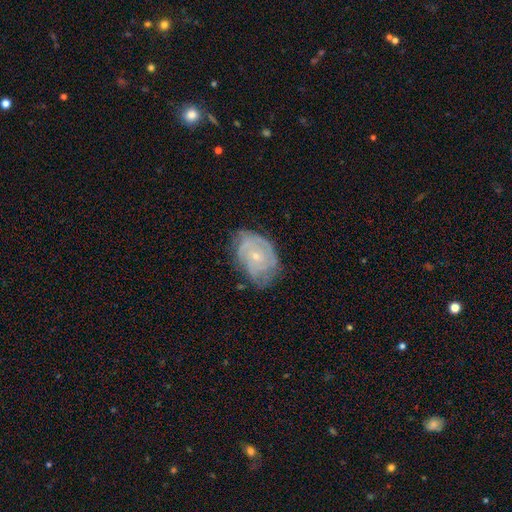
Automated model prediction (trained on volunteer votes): This is likely a featured or disk galaxy (76%). It is clearly not viewed edge-on (97%). Bar: likely no (78%). Spiral arm pattern: clearly yes (88%). Spiral arm count: marginally can't tell (41%). Spiral winding: likely tight (67%). Central bulge: likely small (74%). Merging: likely none (62%).